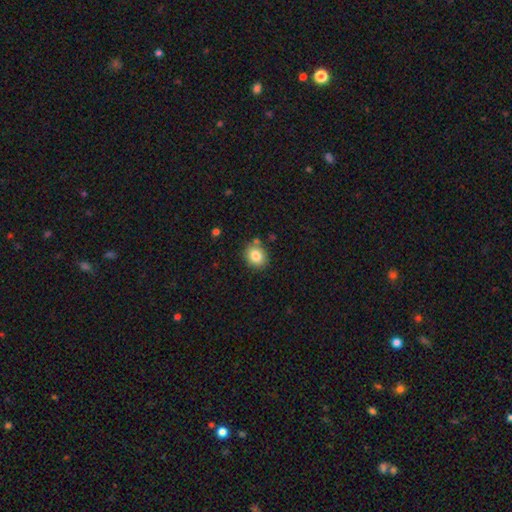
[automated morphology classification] A smooth galaxy with no disk features (82%) that is round (65%).

Vote fractions:
- Smooth or featured? smooth: 82% / star or artifact: 10% / featured or disk: 8%
- How rounded? round: 65% / in between: 35% / cigar-shaped: 1%
- Merging? none: 79% / minor disturbance: 12% / merger: 6% / major disturbance: 3%